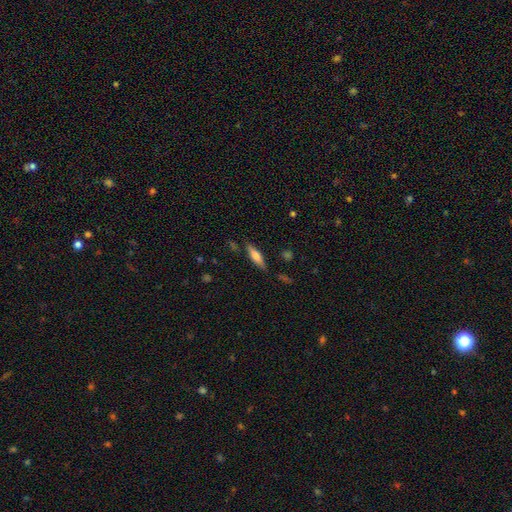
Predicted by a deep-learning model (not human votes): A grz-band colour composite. It shows a smooth galaxy with no disk features (62%) that is cigar-shaped (62%). Merging: none (81%).